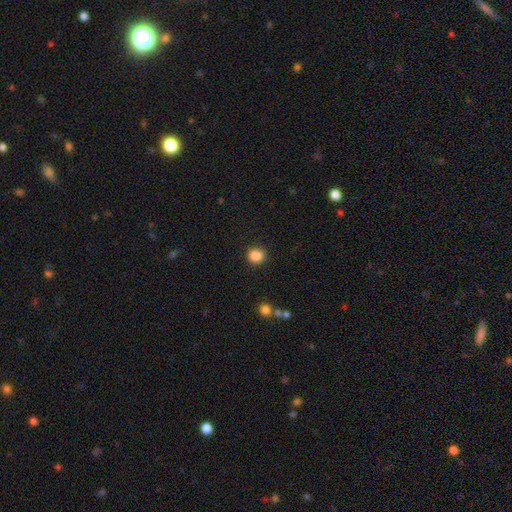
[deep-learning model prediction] The model was most divided on "how rounded": round: 78%, in between: 21%, cigar-shaped: 1%. More confident: merging — none (88%); smooth or featured — smooth (87%).